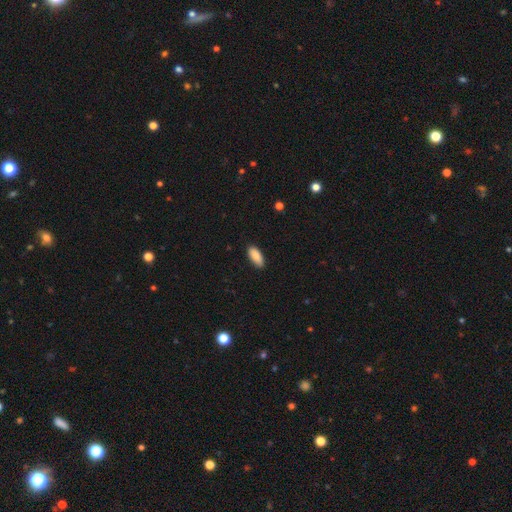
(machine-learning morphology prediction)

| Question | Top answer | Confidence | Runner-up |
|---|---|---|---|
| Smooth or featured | smooth | 87% | featured or disk (7%) |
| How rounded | in between | 86% | cigar-shaped (12%) |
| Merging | none | 85% | minor disturbance (13%) |